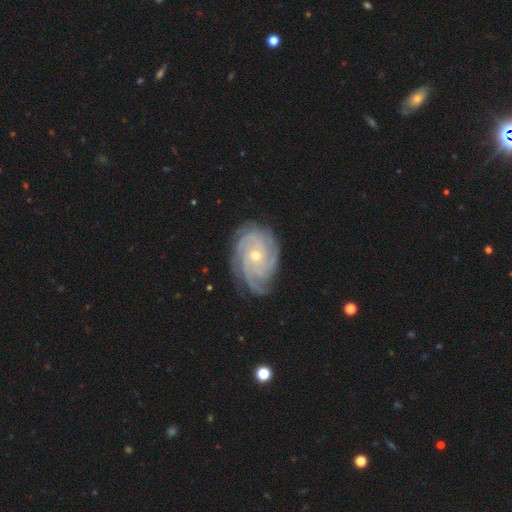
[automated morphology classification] Smooth or featured? Predicted: featured or disk (p=0.90). Edge-on disk? Predicted: no (p=0.97). Bar? Predicted: no (p=0.73). Spiral arms? Predicted: yes (p=0.98). Spiral winding? Predicted: tight (p=0.74). Spiral arm count? Predicted: 4 (p=0.35). Bulge size? Predicted: small (p=0.62). Merging? Predicted: none (p=0.78).